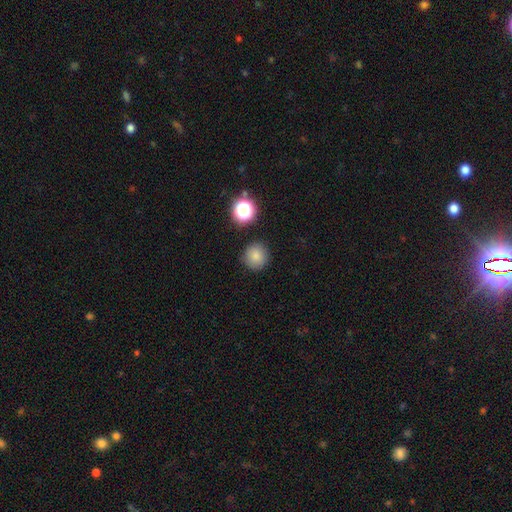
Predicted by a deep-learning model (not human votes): smooth_or_featured: smooth (p=0.81) [alt: star or artifact p=0.13]
how_rounded: round (p=0.94) [alt: in between p=0.05]
merging: none (p=0.88) [alt: minor disturbance p=0.07]